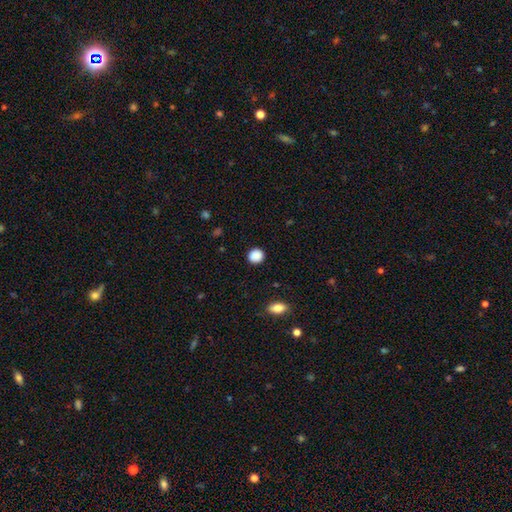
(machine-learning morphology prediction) Smooth or featured? Predicted: smooth (p=0.89). How rounded? Predicted: round (p=0.90). Merging? Predicted: none (p=0.90).